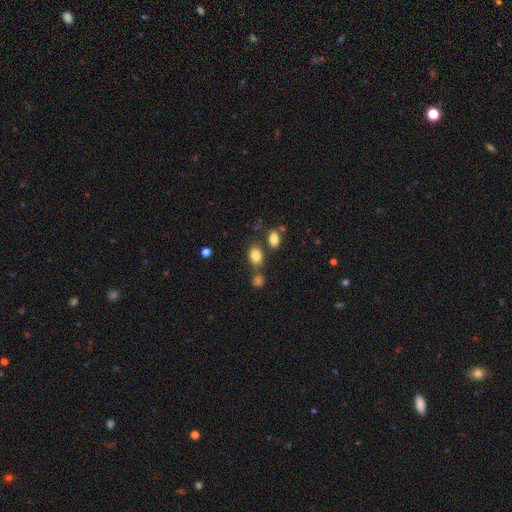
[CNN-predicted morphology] smooth 83%, star or artifact 10%, featured or disk 7%. Down the decision tree: how rounded — in between (78%); merging — none (69%).